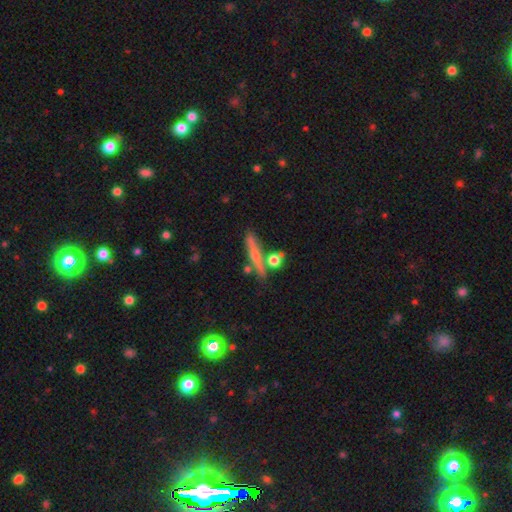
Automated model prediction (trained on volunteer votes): Smooth or featured? Predicted: smooth (p=0.45, tied with featured or disk). Merging? Predicted: none (p=0.67).